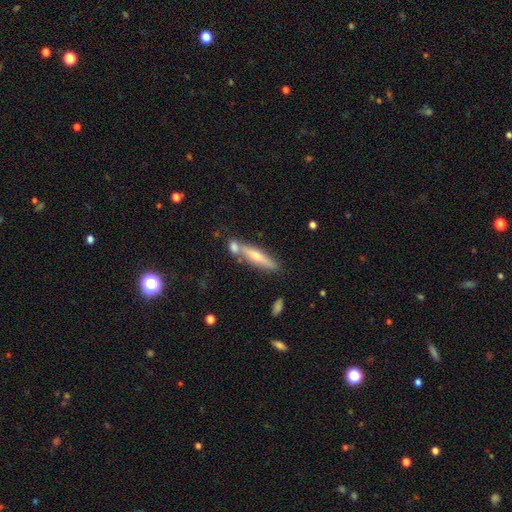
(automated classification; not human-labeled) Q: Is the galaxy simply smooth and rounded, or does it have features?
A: featured or disk — 49%.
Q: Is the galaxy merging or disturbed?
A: none — 64%.